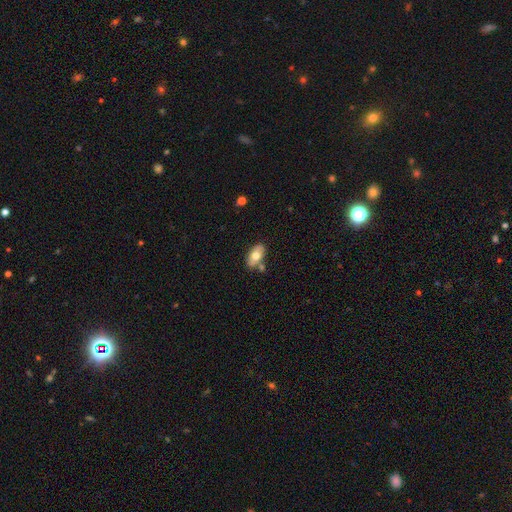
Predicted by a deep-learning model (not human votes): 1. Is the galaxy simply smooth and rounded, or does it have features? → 68% smooth, 25% featured or disk, 7% star or artifact.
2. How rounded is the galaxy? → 92% in between, 5% round, 3% cigar-shaped.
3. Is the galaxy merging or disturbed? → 70% none, 14% minor disturbance, 13% merger, 3% major disturbance.